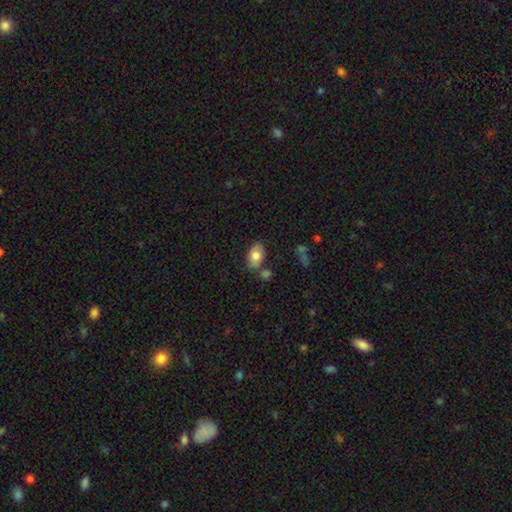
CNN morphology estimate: Smooth or featured?
  - smooth: 79% *
  - featured or disk: 15%
  - star or artifact: 7%
How rounded?
  - in between: 90% *
  - round: 9%
  - cigar-shaped: 1%
Merging?
  - none: 73% *
  - minor disturbance: 15%
  - merger: 9%
  - major disturbance: 4%